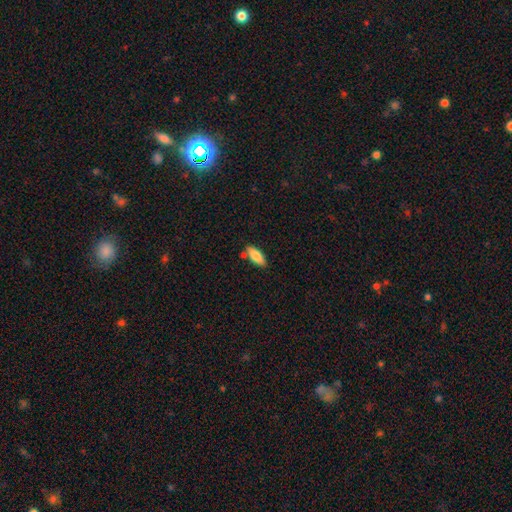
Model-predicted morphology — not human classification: A smooth galaxy with no disk features (82%) that is in between round and cigar-shaped (76%). Merging: none (76%).